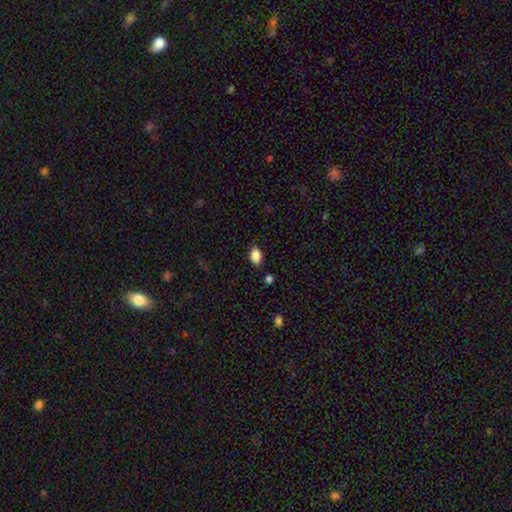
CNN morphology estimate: Smooth or featured: smooth — 87% (star or artifact — 8%)
How rounded: in between — 87% (round — 11%)
Merging: none — 83% (minor disturbance — 13%)